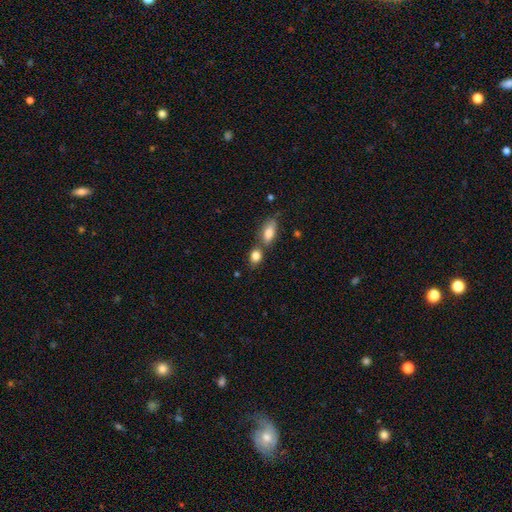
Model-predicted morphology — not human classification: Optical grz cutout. It shows a smooth galaxy with no disk features (83%) that is in between round and cigar-shaped (67%). Merging: none (49%).